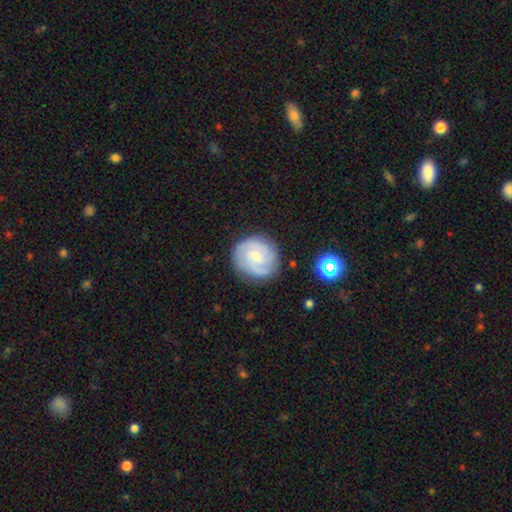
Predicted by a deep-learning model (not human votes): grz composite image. It shows a featured or disk galaxy (76%) with no bar (56%), 2 (37%) tight (58%) spiral arms (95%) and a small central bulge (65%). Merging: none (80%).